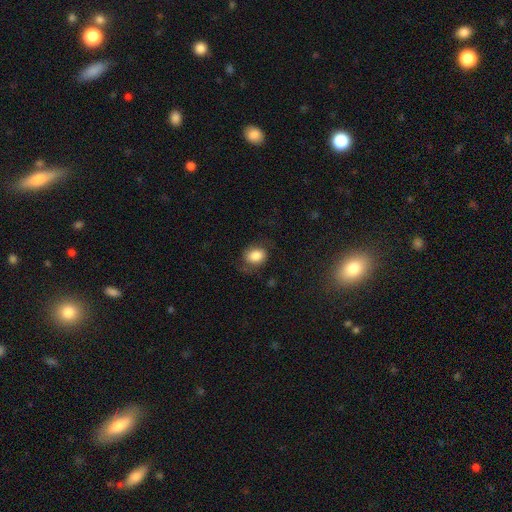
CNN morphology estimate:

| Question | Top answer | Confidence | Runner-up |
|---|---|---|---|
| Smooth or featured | smooth | 76% | featured or disk (15%) |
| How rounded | in between | 57% | round (42%) |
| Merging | none | 65% | minor disturbance (22%) |